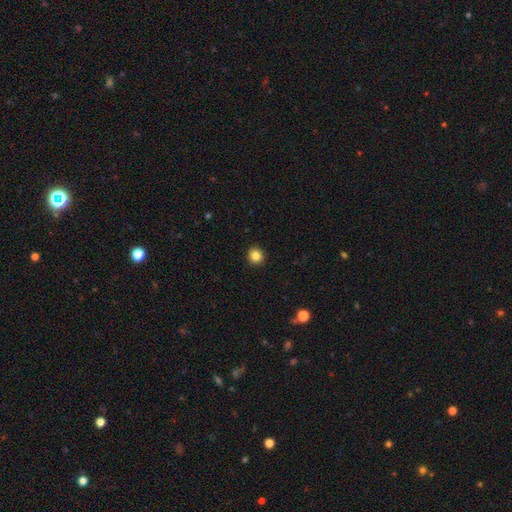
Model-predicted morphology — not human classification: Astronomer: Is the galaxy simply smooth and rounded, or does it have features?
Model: smooth — 84%.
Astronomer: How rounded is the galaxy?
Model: round — 92%.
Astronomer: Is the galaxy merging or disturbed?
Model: none — 93%.